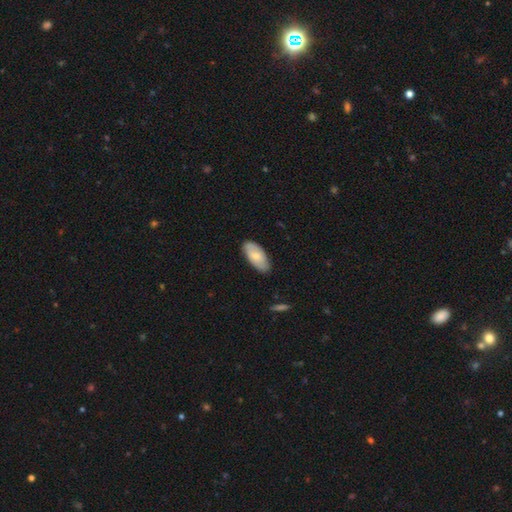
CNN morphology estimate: smooth 71%, featured or disk 23%, star or artifact 6%. Down the decision tree: how rounded — in between (92%); merging — none (82%).